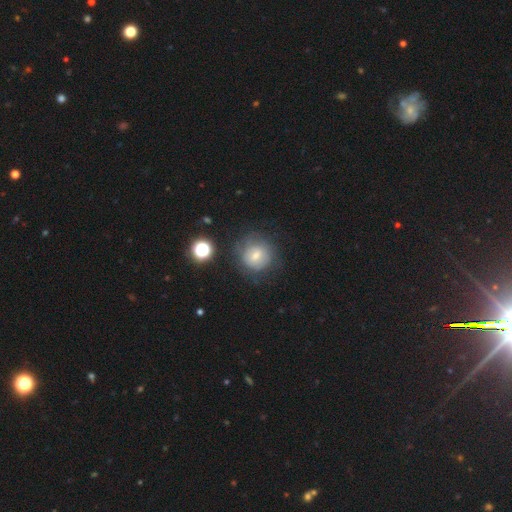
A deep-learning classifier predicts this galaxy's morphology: This is likely a smooth galaxy (65%). How rounded: clearly round (85%). Merging: likely none (67%).